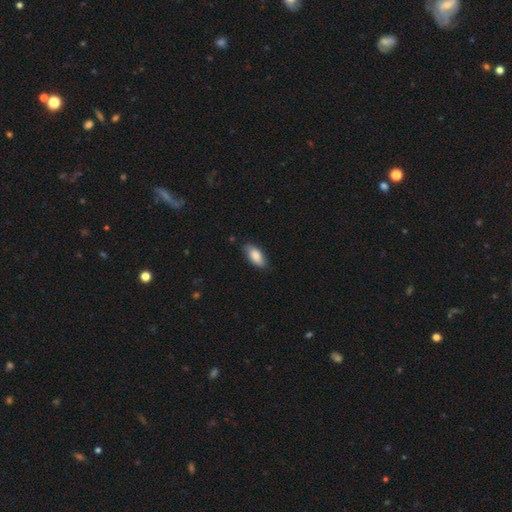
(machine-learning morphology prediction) type=smooth (83%); roundness=in between (89%); merging=none (79%).